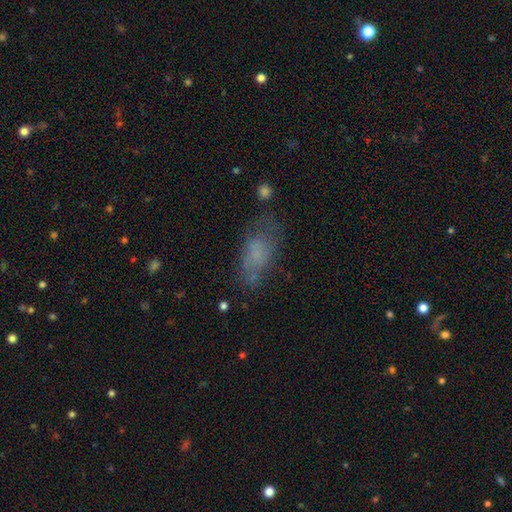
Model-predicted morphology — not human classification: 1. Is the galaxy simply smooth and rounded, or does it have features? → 51% smooth, 28% featured or disk, 21% star or artifact.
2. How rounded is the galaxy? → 78% in between, 15% cigar-shaped, 7% round.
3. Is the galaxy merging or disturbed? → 66% none, 20% minor disturbance, 11% major disturbance, 4% merger.